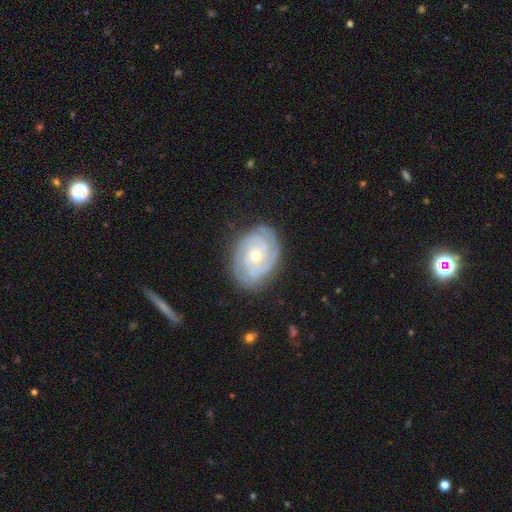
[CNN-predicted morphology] Smooth or featured: featured or disk — 86% (smooth — 9%)
Edge-on disk: no — 97% (yes — 3%)
Bar: no — 72% (weak — 23%)
Spiral arms: yes — 96% (no — 4%)
Spiral winding: tight — 76% (medium — 20%)
Spiral arm count: 2 — 34% (3 — 31%)
Bulge size: small — 49% (moderate — 48%)
Merging: none — 81% (minor disturbance — 14%)